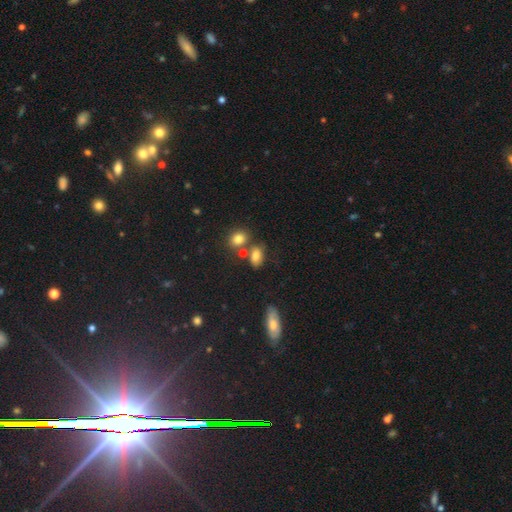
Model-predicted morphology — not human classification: smooth 77%, star or artifact 12%, featured or disk 11%. Down the decision tree: how rounded — in between (82%); merging — none (54%).